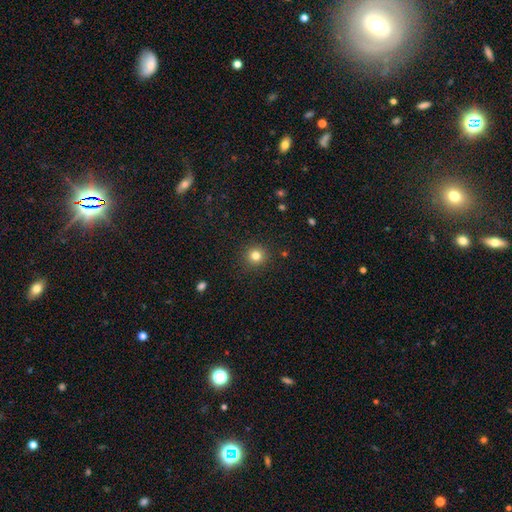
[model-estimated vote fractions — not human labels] A smooth galaxy with no disk features (81%) that is round (93%). Merging: none (91%).